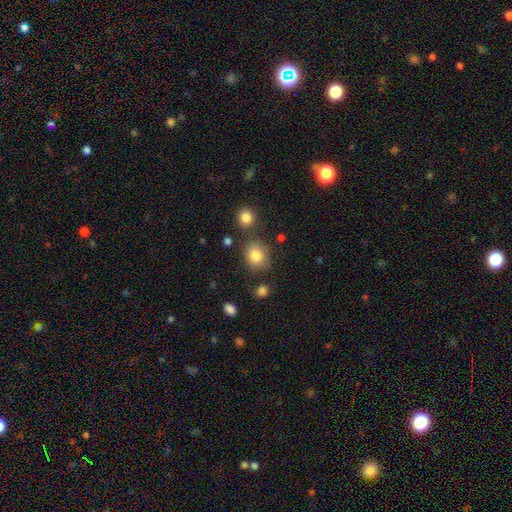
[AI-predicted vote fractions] Smooth or featured: smooth — 82% (star or artifact — 10%)
How rounded: round — 71% (in between — 28%)
Merging: none — 72% (minor disturbance — 16%)